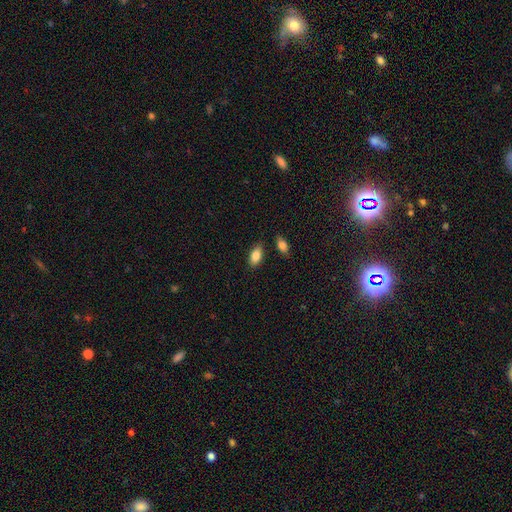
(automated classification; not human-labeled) Overall: smooth (86%). How rounded: in between (91%). Merging: none (80%).